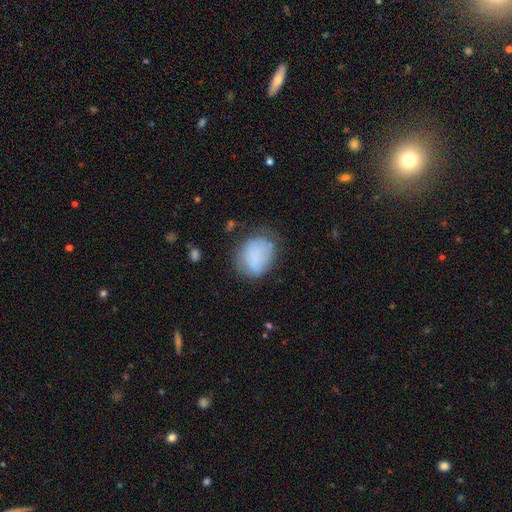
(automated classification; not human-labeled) Smooth or featured? smooth (77%)
How rounded? round (53%)
Merging? none (56%)